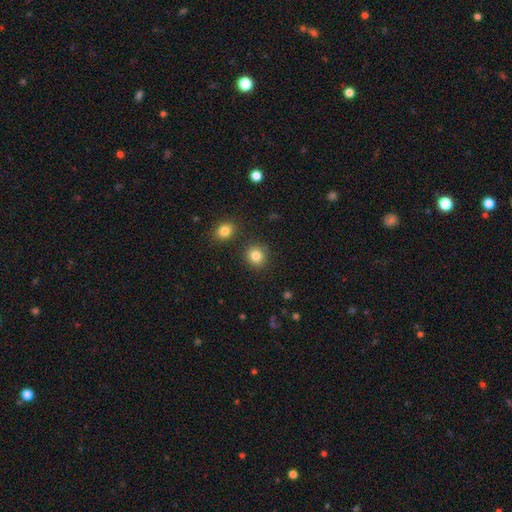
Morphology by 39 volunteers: Smooth or featured: smooth — 85% (star or artifact — 10%)
How rounded: round — 100%
Merging: none — 86% (major disturbance — 9%)